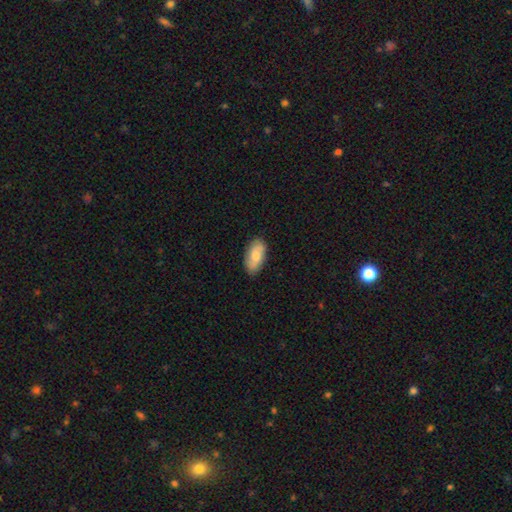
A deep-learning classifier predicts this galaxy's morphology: smooth 69%, featured or disk 25%, star or artifact 6%. Down the decision tree: how rounded — in between (91%); merging — none (83%).